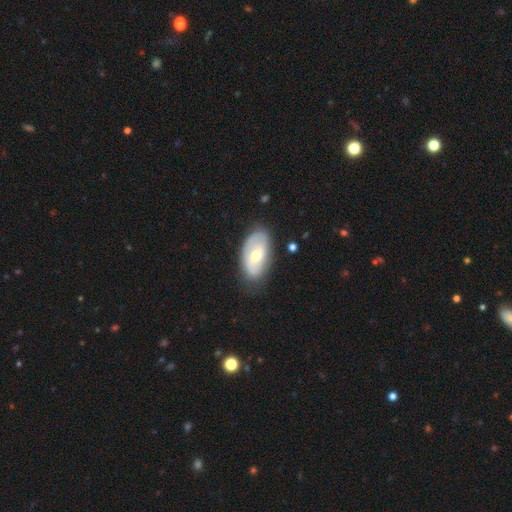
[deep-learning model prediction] A featured or disk galaxy (50%).

Vote fractions:
- Smooth or featured? featured or disk: 50% / smooth: 44% / star or artifact: 6%
- Edge-on disk? no: 90% / yes: 10%
- Merging? none: 72% / minor disturbance: 21% / major disturbance: 6% / merger: 2%